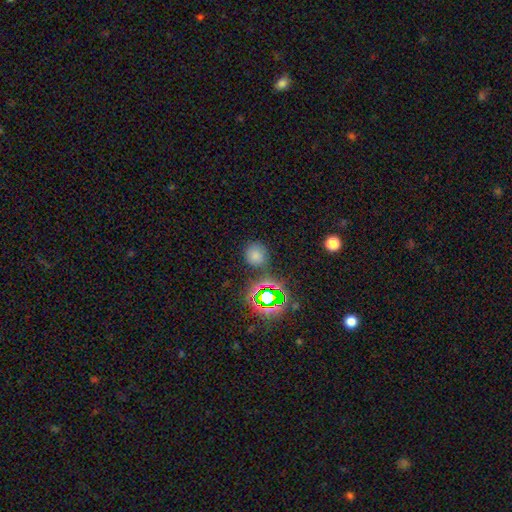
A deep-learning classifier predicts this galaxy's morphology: This appears to be a smooth galaxy with no disk features (69%) that is round (88%). Merging: none (79%).